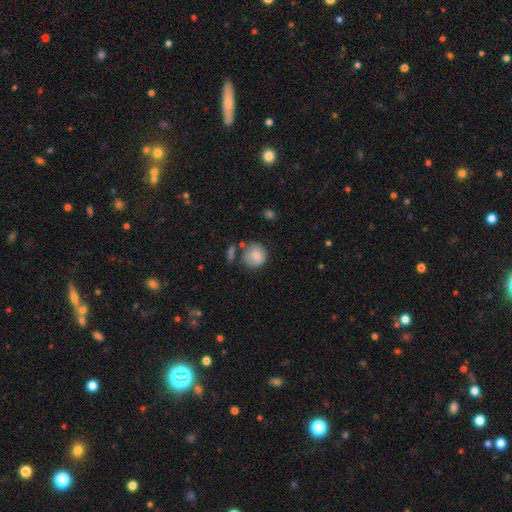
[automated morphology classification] This is clearly a smooth galaxy (83%). How rounded: clearly round (87%). Merging: likely none (63%).